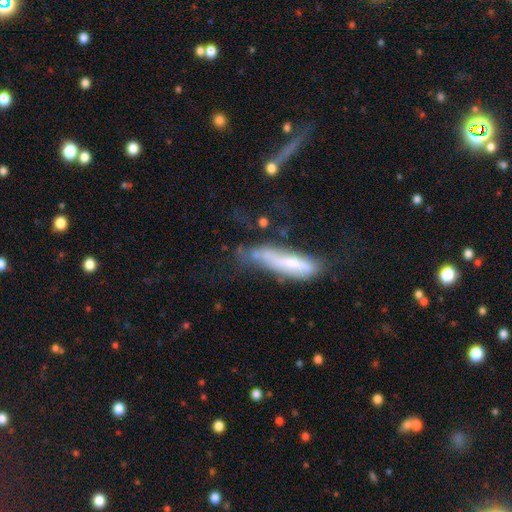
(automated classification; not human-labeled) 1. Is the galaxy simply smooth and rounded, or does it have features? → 49% smooth, 39% featured or disk, 12% star or artifact.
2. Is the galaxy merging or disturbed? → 41% none, 28% minor disturbance, 25% major disturbance, 6% merger.